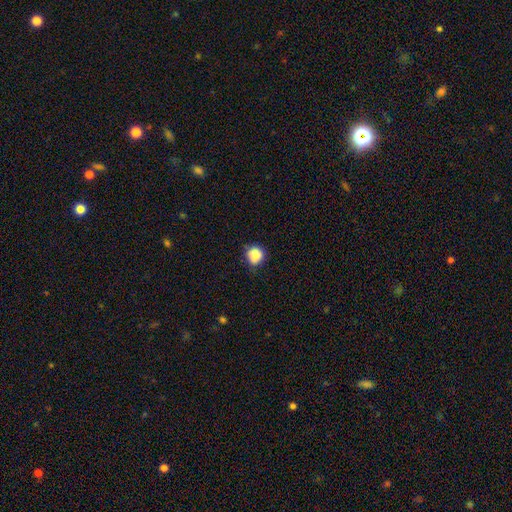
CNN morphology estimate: Smooth or featured? smooth (78%)
How rounded? round (85%)
Merging? none (69%)